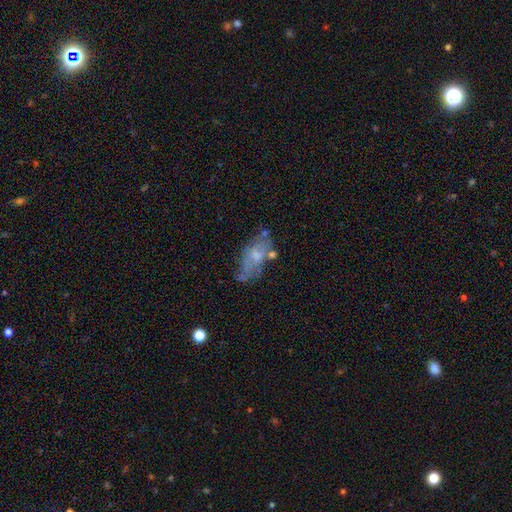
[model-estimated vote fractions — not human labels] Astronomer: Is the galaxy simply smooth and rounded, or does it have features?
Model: featured or disk — 51% (runner-up: smooth, 39%).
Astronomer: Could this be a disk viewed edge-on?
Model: no — 89%.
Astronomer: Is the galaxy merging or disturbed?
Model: none — 41% (runner-up: minor disturbance, 27%).